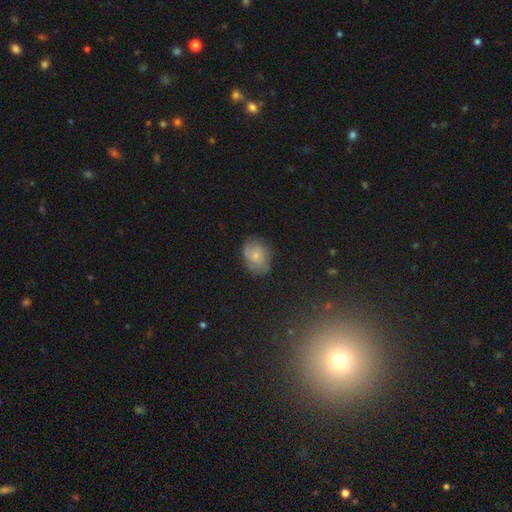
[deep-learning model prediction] Q: Smooth or featured?
A: smooth (51%); runner-up: featured or disk (39%)
Q: How rounded?
A: in between (59%); runner-up: round (40%)
Q: Merging?
A: none (71%); runner-up: minor disturbance (21%)